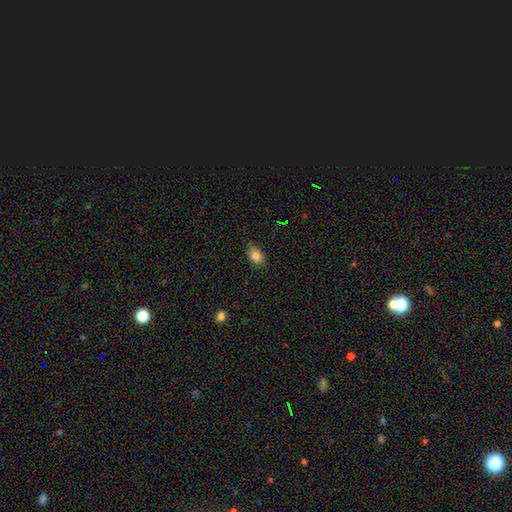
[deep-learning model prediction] Overall: smooth (85%). How rounded: in between (82%). Merging: none (85%).